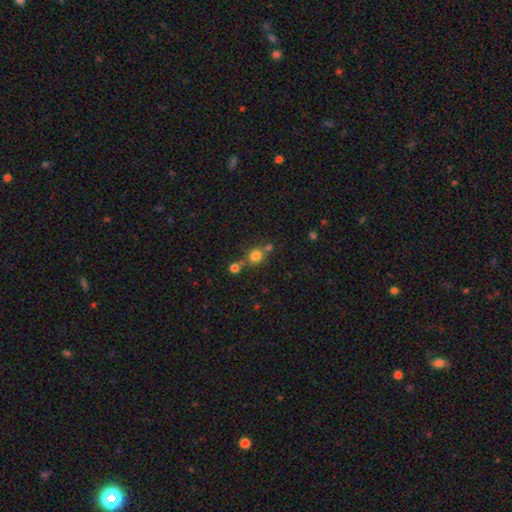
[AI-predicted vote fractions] Morphology: type=smooth (76%); roundness=round (75%); merging=none (58%).